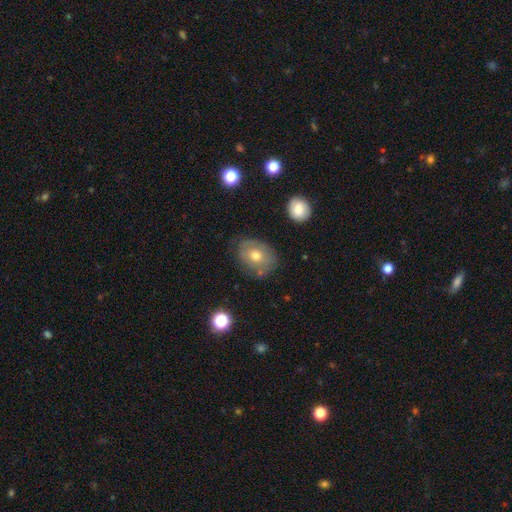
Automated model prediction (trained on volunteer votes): smooth_or_featured: smooth (p=0.60) [alt: featured or disk p=0.31]
how_rounded: in between (p=0.53) [alt: round p=0.46]
merging: none (p=0.68) [alt: minor disturbance p=0.22]